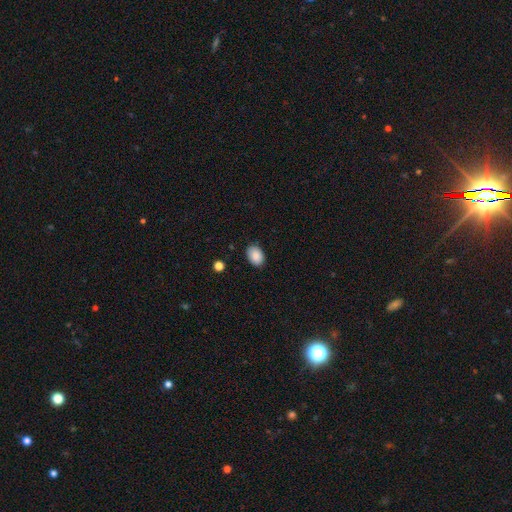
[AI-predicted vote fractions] smooth 89%, star or artifact 7%, featured or disk 4%. Down the decision tree: how rounded — in between (80%); merging — none (86%).